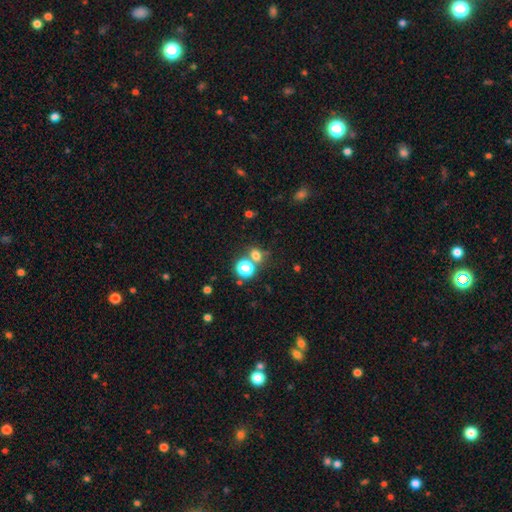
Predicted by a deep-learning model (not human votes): Smooth or featured?
  - smooth: 65% *
  - star or artifact: 27%
  - featured or disk: 8%
How rounded?
  - round: 68% *
  - in between: 30%
  - cigar-shaped: 2%
Merging?
  - none: 63% *
  - merger: 23%
  - minor disturbance: 10%
  - major disturbance: 5%